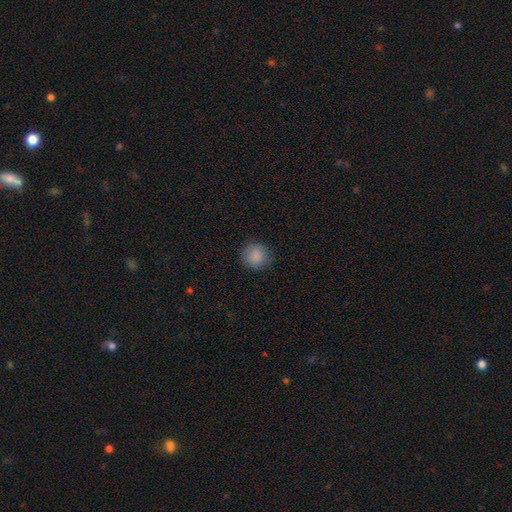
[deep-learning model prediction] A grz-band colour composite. It shows a smooth galaxy with no disk features (88%) that is round (92%). Merging: none (86%).